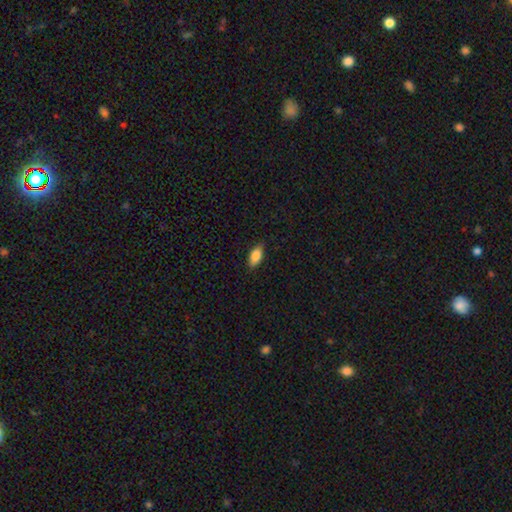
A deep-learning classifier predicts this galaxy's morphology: smooth_or_featured: smooth (p=0.86) [alt: featured or disk p=0.07]
how_rounded: in between (p=0.89) [alt: cigar-shaped p=0.08]
merging: none (p=0.85) [alt: minor disturbance p=0.12]